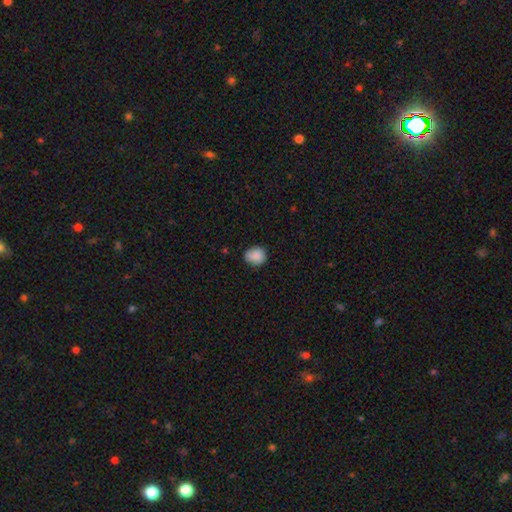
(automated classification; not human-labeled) The model was most divided on "how rounded": round: 65%, in between: 34%, cigar-shaped: 1%. More confident: smooth or featured — smooth (88%); merging — none (75%).